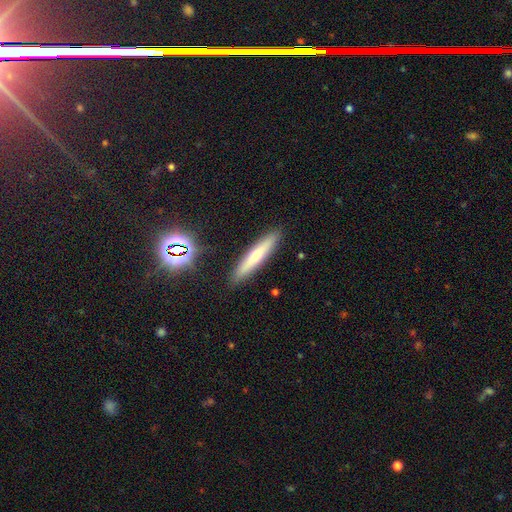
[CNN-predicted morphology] Smooth or featured? Predicted: smooth (p=0.50). How rounded? Predicted: cigar-shaped (p=0.91). Merging? Predicted: none (p=0.90).